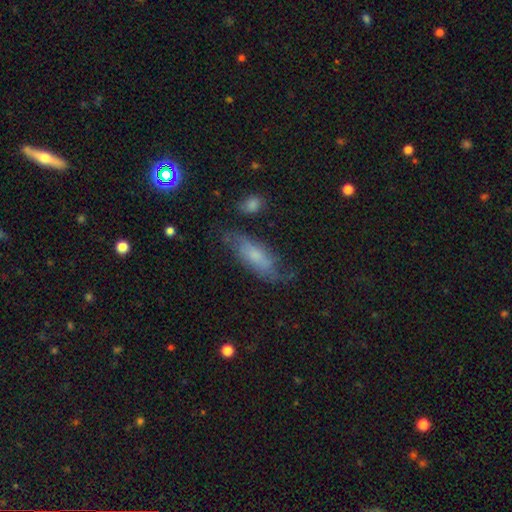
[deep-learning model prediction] Smooth or featured? smooth (51%)
How rounded? in between (63%)
Merging? none (58%)